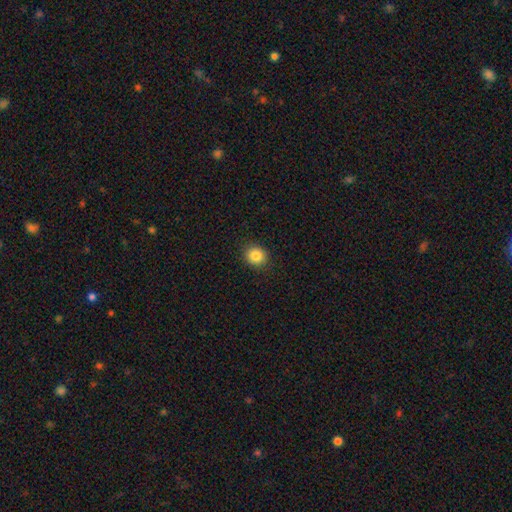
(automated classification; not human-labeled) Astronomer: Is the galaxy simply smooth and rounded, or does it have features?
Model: smooth — 85%.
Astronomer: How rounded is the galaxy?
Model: round — 85%.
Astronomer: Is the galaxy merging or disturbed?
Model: none — 91%.